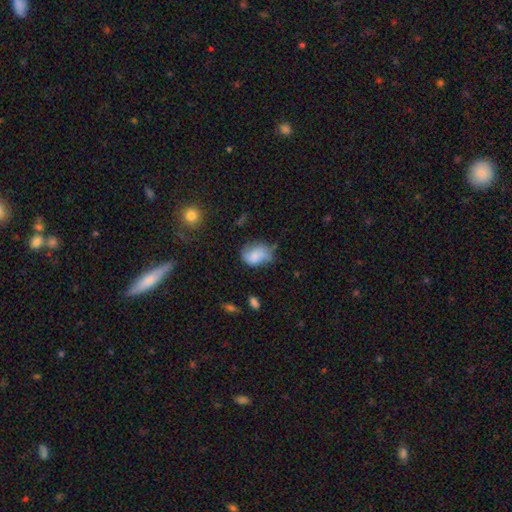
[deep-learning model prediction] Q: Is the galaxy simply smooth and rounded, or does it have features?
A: smooth — 72%.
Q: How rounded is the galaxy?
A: in between — 72%.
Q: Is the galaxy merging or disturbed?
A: none — 42%.